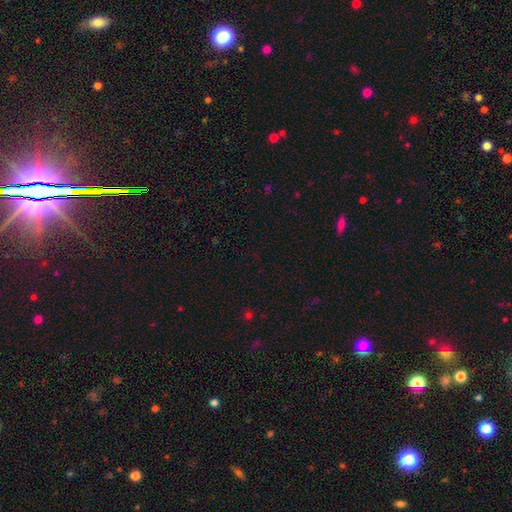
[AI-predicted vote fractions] A star or artifact, not a galaxy (66%).

Vote fractions:
- Smooth or featured? star or artifact: 66% / smooth: 27% / featured or disk: 7%